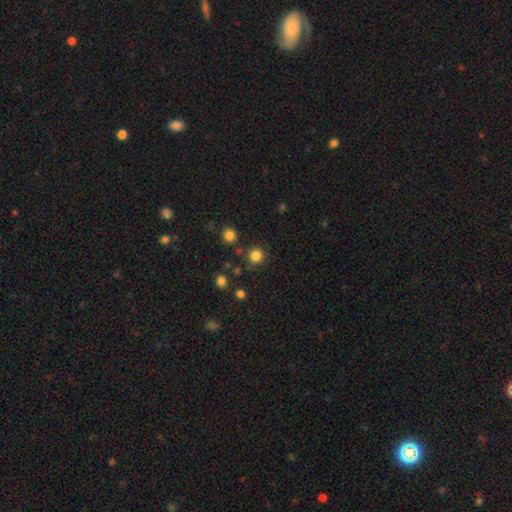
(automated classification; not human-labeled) Smooth or featured: smooth — 83% (star or artifact — 13%)
How rounded: round — 90% (in between — 9%)
Merging: none — 84% (minor disturbance — 8%)